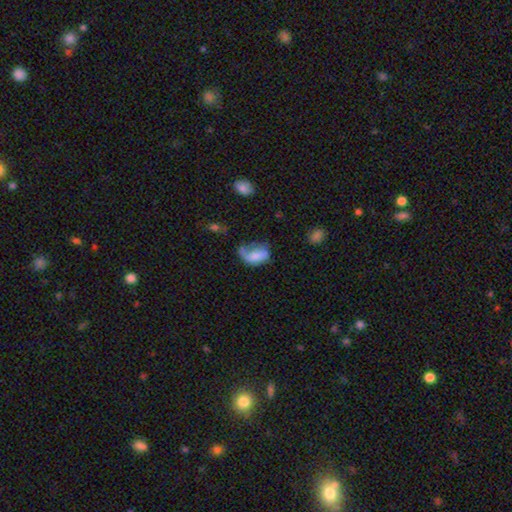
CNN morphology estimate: The model was most divided on "merging": major disturbance: 39%, none: 26%, minor disturbance: 25%, merger: 10%. More confident: how rounded — in between (86%); smooth or featured — smooth (57%).